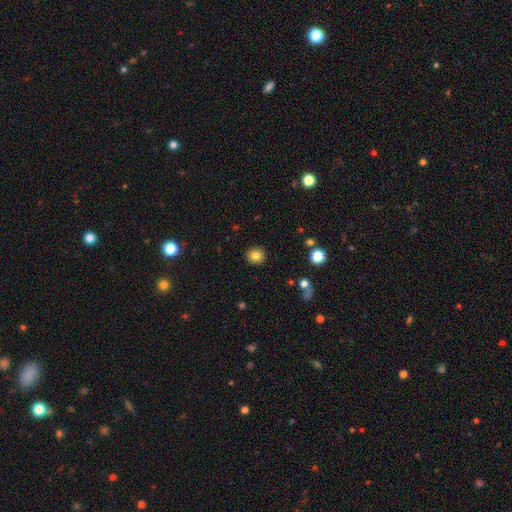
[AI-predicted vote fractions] Smooth or featured?
  - smooth: 83% *
  - star or artifact: 11%
  - featured or disk: 6%
How rounded?
  - round: 88% *
  - in between: 11%
  - cigar-shaped: 1%
Merging?
  - none: 91% *
  - minor disturbance: 6%
  - major disturbance: 2%
  - merger: 1%